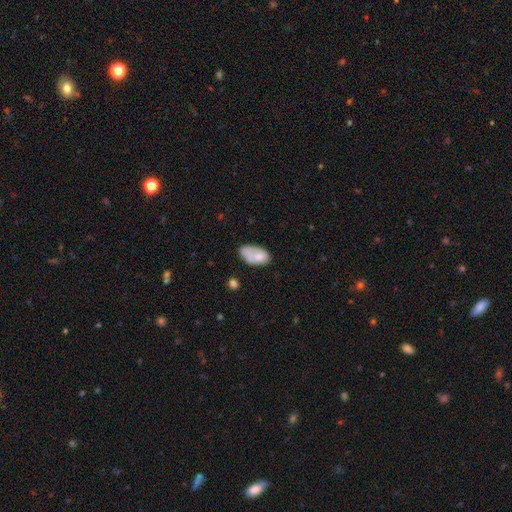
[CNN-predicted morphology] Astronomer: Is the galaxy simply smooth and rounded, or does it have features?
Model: smooth — 73%.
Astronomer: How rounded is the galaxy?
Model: in between — 93%.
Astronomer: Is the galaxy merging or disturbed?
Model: none — 42% (runner-up: minor disturbance, 30%).